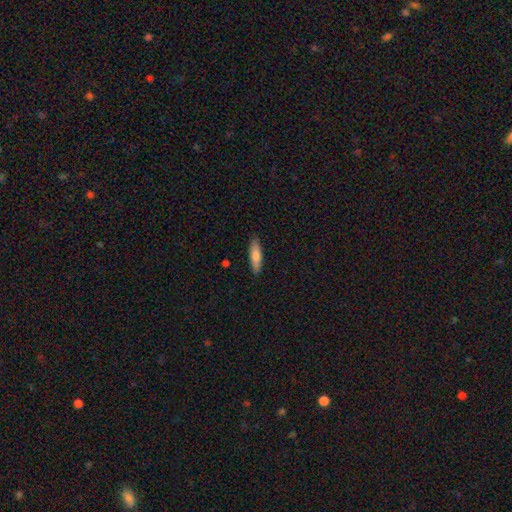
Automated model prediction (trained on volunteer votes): Morphology: type=smooth (76%); roundness=cigar-shaped (68%); merging=none (88%).